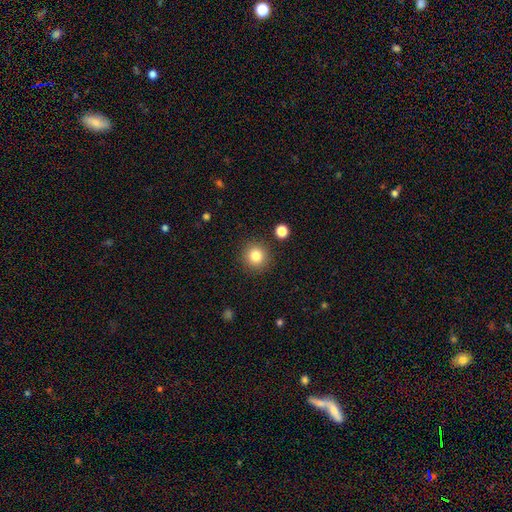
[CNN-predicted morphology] Smooth or featured? Predicted: smooth (p=0.82). How rounded? Predicted: round (p=0.93). Merging? Predicted: none (p=0.89).